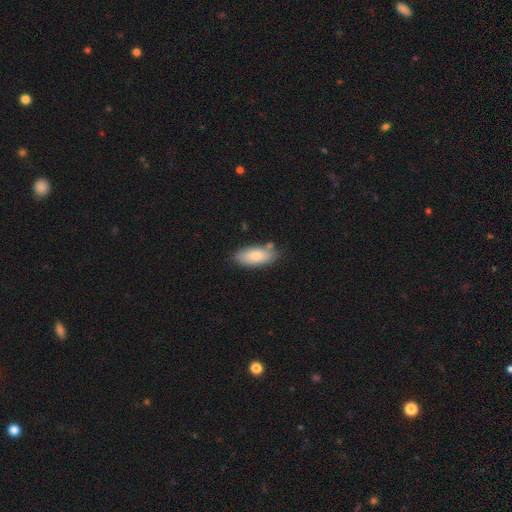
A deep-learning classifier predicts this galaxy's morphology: This is clearly a smooth galaxy (81%). How rounded: clearly in between (87%). Merging: likely none (75%).